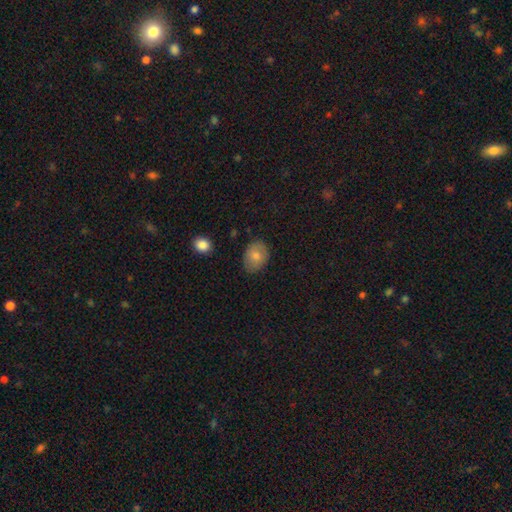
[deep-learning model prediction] This appears to be a smooth galaxy with no disk features (78%) that is in between round and cigar-shaped (65%). Merging: none (80%).